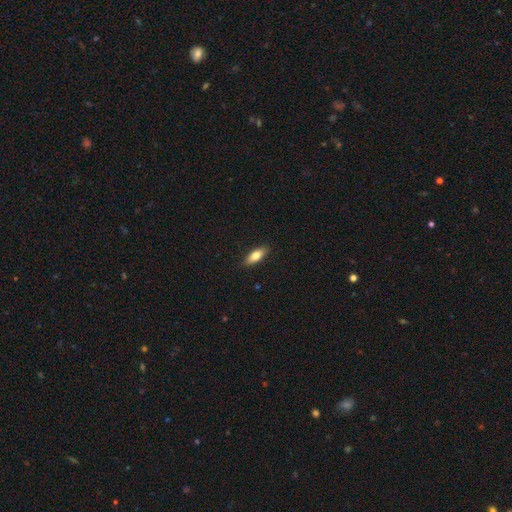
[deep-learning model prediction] Smooth or featured? Predicted: smooth (p=0.76). How rounded? Predicted: in between (p=0.68). Merging? Predicted: none (p=0.89).